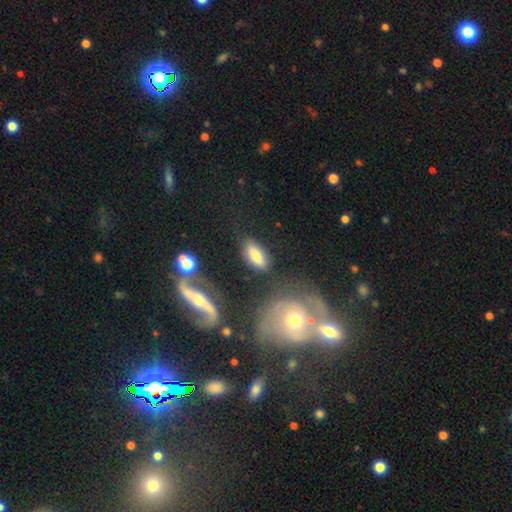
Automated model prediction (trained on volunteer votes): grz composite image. It shows a smooth galaxy with no disk features (71%) that is in between round and cigar-shaped (78%). Merging: none (68%).